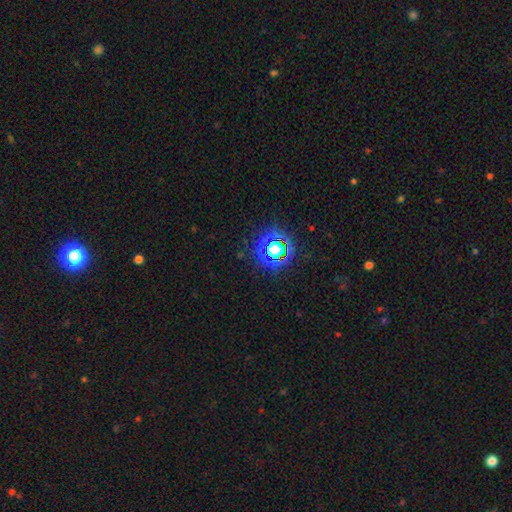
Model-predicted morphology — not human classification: The model was most divided on "smooth or featured": star or artifact: 78%, smooth: 14%, featured or disk: 7%.